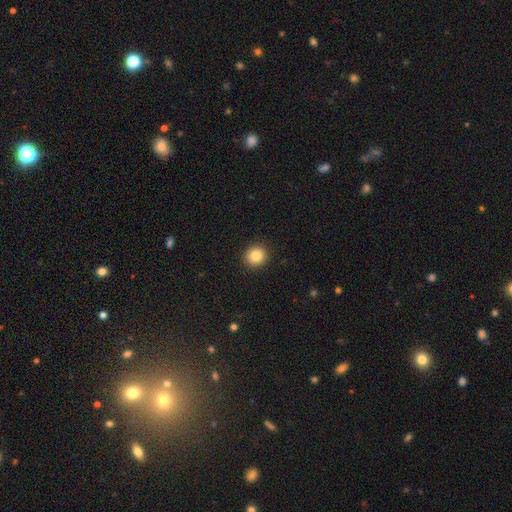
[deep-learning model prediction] A smooth galaxy with no disk features (84%) that is round (88%). Merging: none (92%).